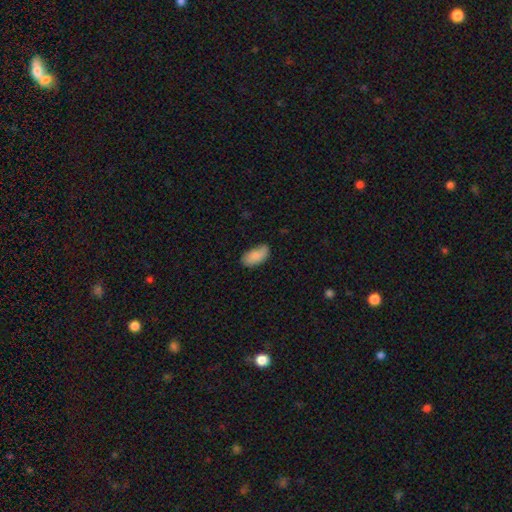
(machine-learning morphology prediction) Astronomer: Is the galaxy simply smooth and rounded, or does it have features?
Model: smooth — 83%.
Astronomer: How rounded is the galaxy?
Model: in between — 94%.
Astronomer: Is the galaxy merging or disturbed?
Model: none — 64%.